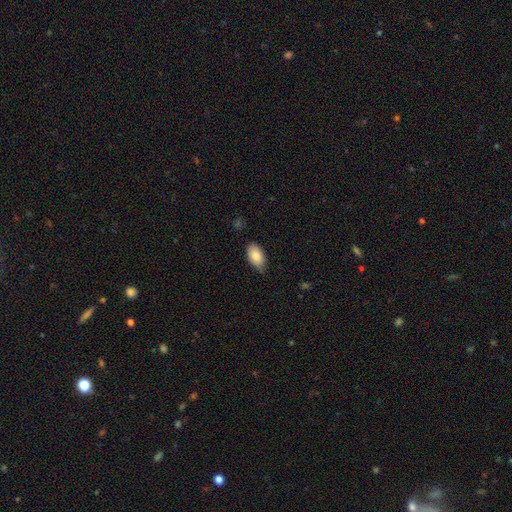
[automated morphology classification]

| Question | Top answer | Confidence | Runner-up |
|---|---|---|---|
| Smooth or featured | smooth | 85% | featured or disk (8%) |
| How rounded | in between | 94% | round (4%) |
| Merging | none | 72% | minor disturbance (24%) |